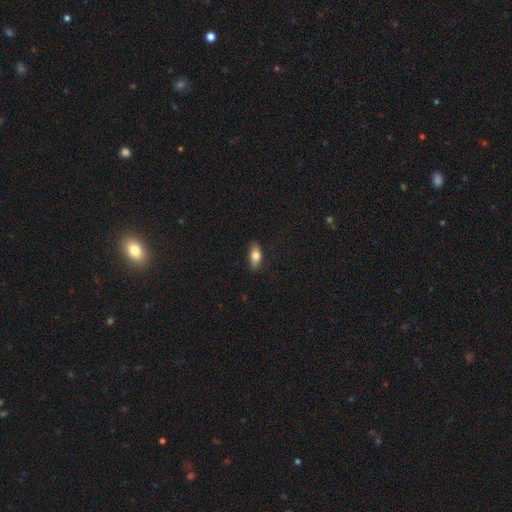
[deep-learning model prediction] Smooth or featured?
  - smooth: 75% *
  - featured or disk: 18%
  - star or artifact: 6%
How rounded?
  - in between: 79% *
  - cigar-shaped: 17%
  - round: 3%
Merging?
  - none: 85% *
  - minor disturbance: 11%
  - major disturbance: 2%
  - merger: 1%